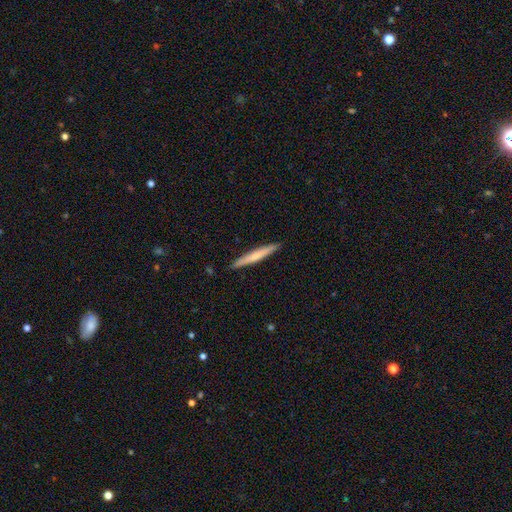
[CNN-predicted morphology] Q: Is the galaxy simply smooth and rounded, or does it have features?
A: smooth — 62%.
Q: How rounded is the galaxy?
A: cigar-shaped — 96%.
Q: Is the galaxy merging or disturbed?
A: none — 91%.